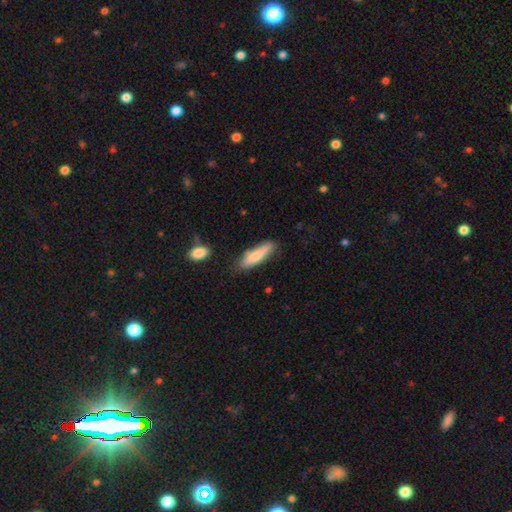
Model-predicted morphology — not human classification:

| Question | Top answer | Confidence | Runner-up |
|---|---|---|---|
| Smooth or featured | smooth | 74% | featured or disk (20%) |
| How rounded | cigar-shaped | 68% | in between (30%) |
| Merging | none | 73% | minor disturbance (20%) |